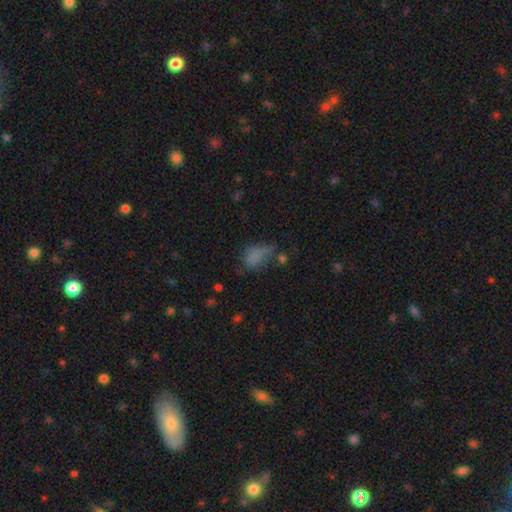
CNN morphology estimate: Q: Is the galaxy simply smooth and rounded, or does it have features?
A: smooth — 69%.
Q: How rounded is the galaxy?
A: in between — 76%.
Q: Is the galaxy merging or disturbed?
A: none — 35%.